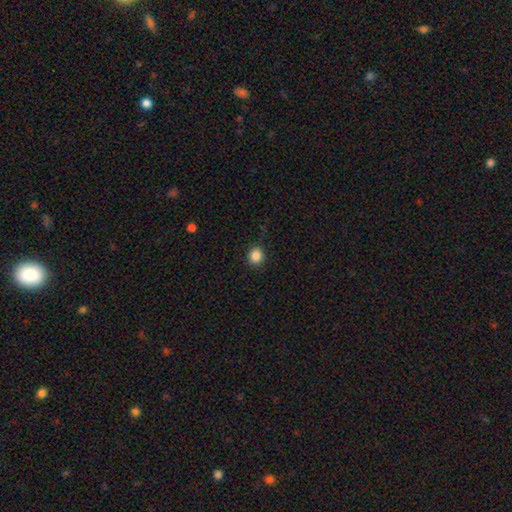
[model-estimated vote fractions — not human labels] Q: Smooth or featured?
A: smooth (86%); runner-up: star or artifact (10%)
Q: How rounded?
A: round (87%); runner-up: in between (12%)
Q: Merging?
A: none (89%); runner-up: minor disturbance (8%)